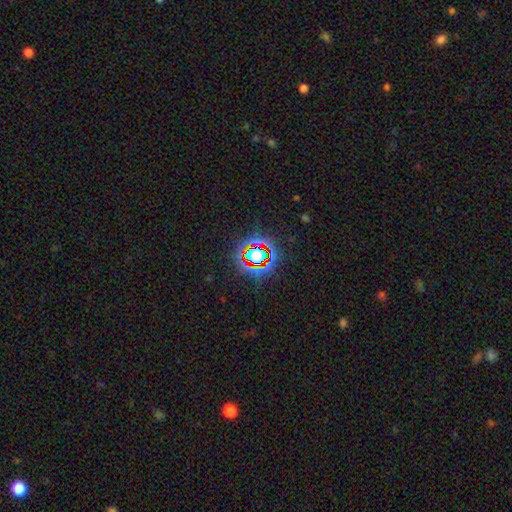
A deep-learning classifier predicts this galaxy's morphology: A star or artifact, not a galaxy (71%).